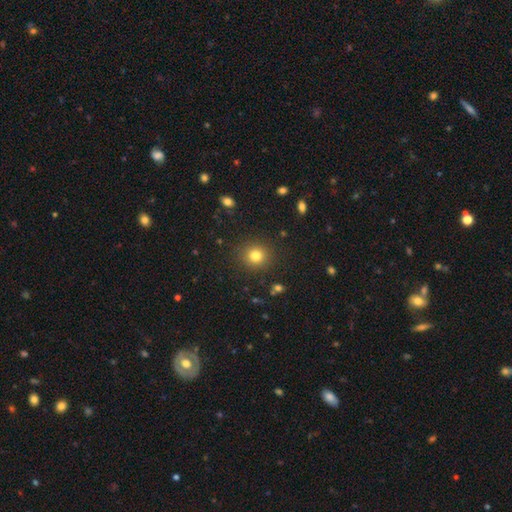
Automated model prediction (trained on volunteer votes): Smooth or featured: smooth — 80% (star or artifact — 14%)
How rounded: round — 91% (in between — 8%)
Merging: none — 90% (minor disturbance — 6%)